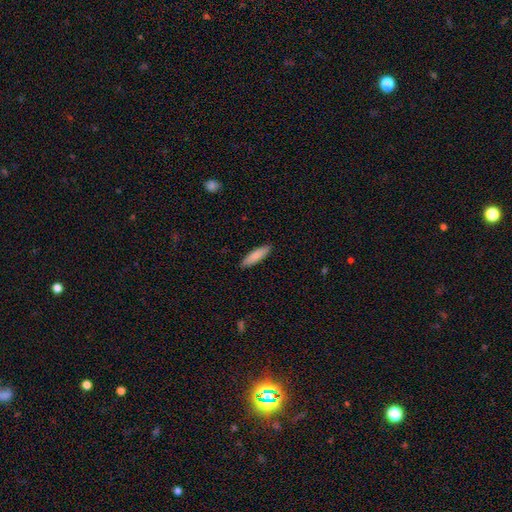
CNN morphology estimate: A smooth galaxy with no disk features (84%) that is cigar-shaped (66%).

Vote fractions:
- Smooth or featured? smooth: 84% / featured or disk: 11% / star or artifact: 5%
- How rounded? cigar-shaped: 66% / in between: 33% / round: 1%
- Merging? none: 90% / minor disturbance: 7% / major disturbance: 2% / merger: 1%